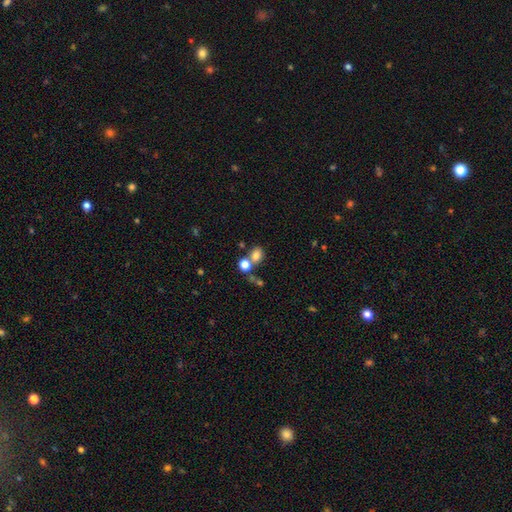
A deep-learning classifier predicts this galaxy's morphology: A smooth galaxy with no disk features (78%) that is round (50%). Merging: none (52%).